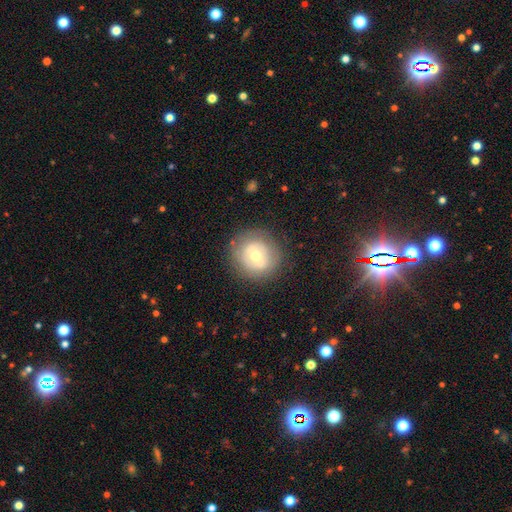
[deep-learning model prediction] Smooth or featured?
  - featured or disk: 55% *
  - smooth: 38%
  - star or artifact: 7%
Edge-on disk?
  - no: 94% *
  - yes: 6%
Bar?
  - weak: 43% *
  - strong: 37%
  - no: 20%
Spiral arms?
  - no: 72% *
  - yes: 28%
Bulge size?
  - moderate: 64% *
  - small: 28%
  - large: 6%
  - none: 1%
  - dominant: 1%
Merging?
  - none: 81% *
  - minor disturbance: 12%
  - major disturbance: 6%
  - merger: 1%